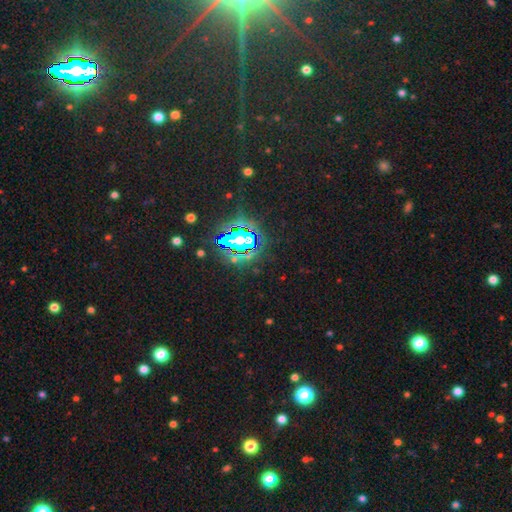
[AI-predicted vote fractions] This appears to be a star or artifact, not a galaxy (84%).